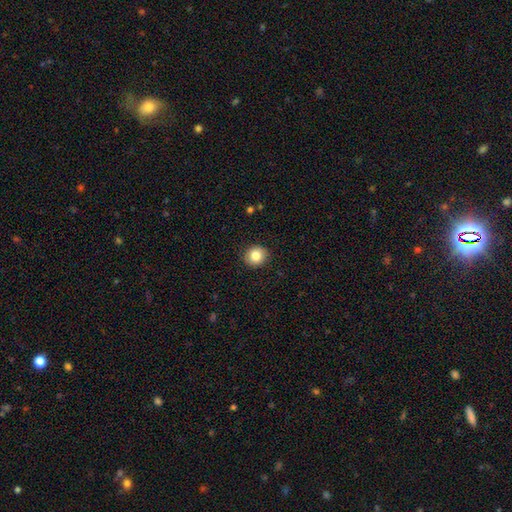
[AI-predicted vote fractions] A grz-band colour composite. It shows a smooth galaxy with no disk features (84%) that is round (85%). Merging: none (90%).